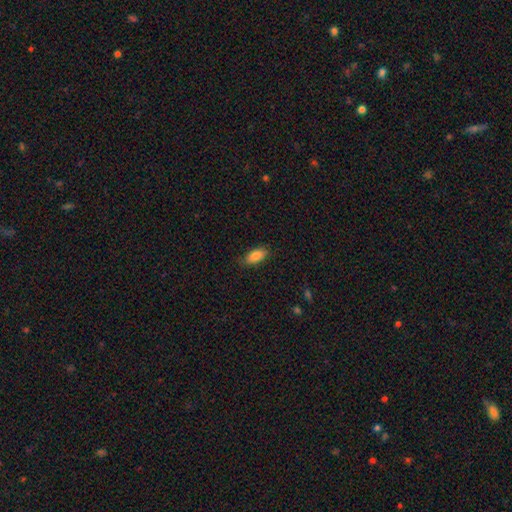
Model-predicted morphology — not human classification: type=smooth (86%); roundness=in between (87%); merging=none (83%).